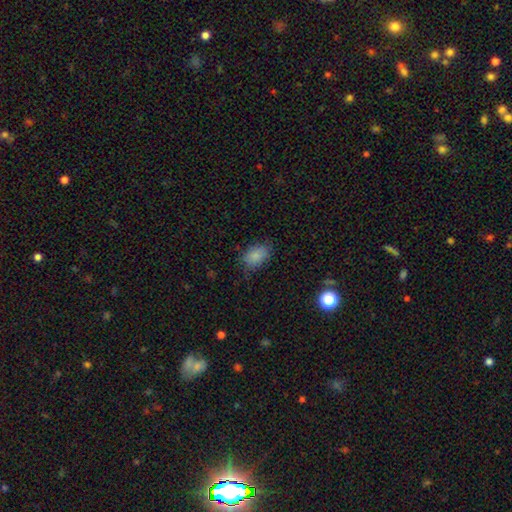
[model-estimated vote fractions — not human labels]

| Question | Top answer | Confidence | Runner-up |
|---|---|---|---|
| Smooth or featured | smooth | 85% | star or artifact (9%) |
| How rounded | in between | 85% | round (14%) |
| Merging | none | 74% | minor disturbance (20%) |